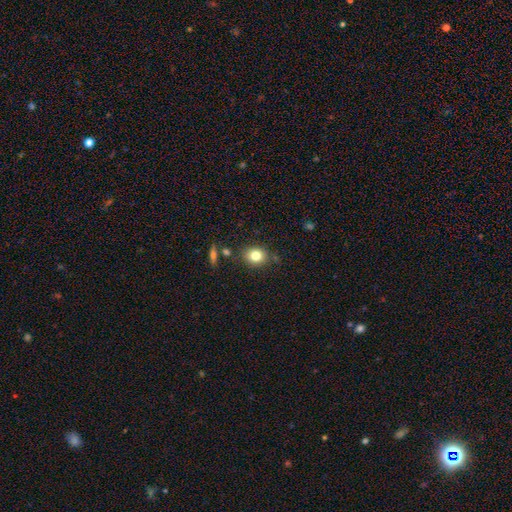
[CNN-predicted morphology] Overall: smooth (80%). How rounded: round (64%; in between 35%). Merging: none (82%).